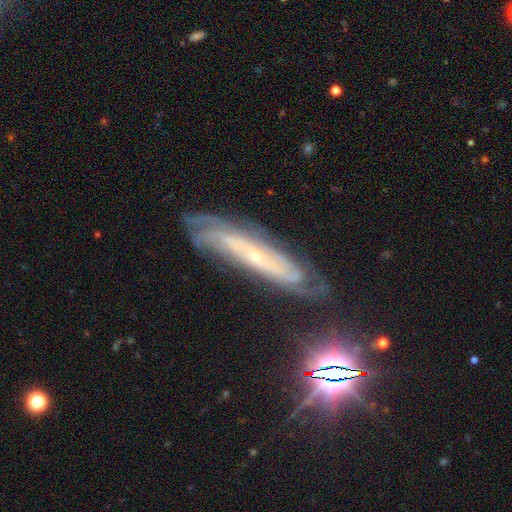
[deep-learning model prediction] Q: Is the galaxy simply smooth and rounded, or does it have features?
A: featured or disk — 78%.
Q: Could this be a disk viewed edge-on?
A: no — 68%.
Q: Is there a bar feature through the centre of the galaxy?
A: no — 61%.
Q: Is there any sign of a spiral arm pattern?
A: yes — 93%.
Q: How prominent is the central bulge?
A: small — 81%.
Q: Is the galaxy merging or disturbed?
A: none — 76%.